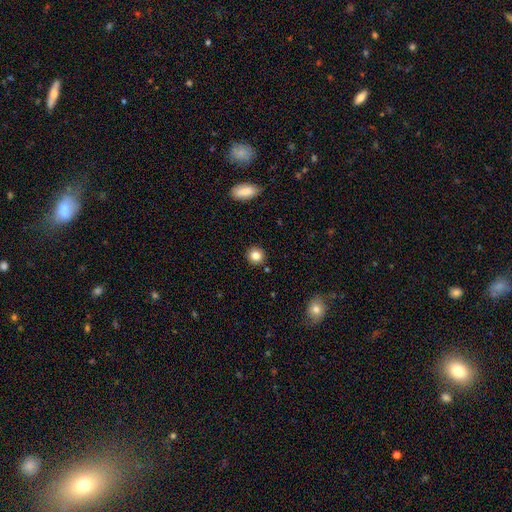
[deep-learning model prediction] smooth-or-featured: smooth: 83% | star or artifact: 10% | featured or disk: 7%
  how-rounded: round: 88% | in between: 10% | cigar-shaped: 1%
  merging: none: 90% | minor disturbance: 6% | merger: 2% | major disturbance: 2%